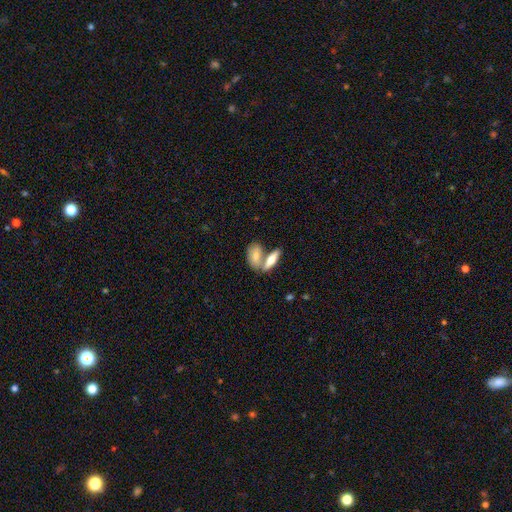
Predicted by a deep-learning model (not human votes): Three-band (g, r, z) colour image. It shows a smooth galaxy with no disk features (71%) that is in between round and cigar-shaped (77%). Merging: merger (52%).